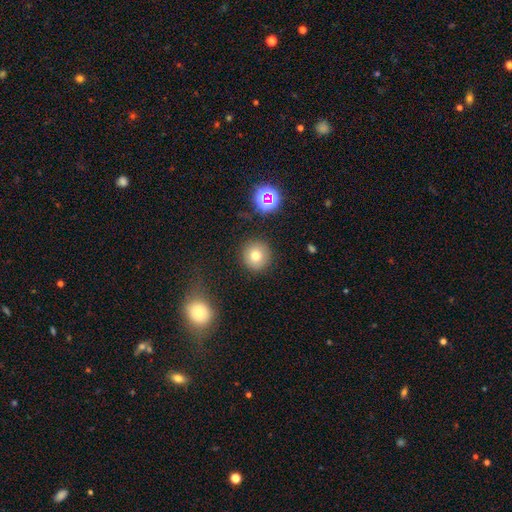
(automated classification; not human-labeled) Smooth or featured? smooth (73%)
How rounded? round (94%)
Merging? none (88%)